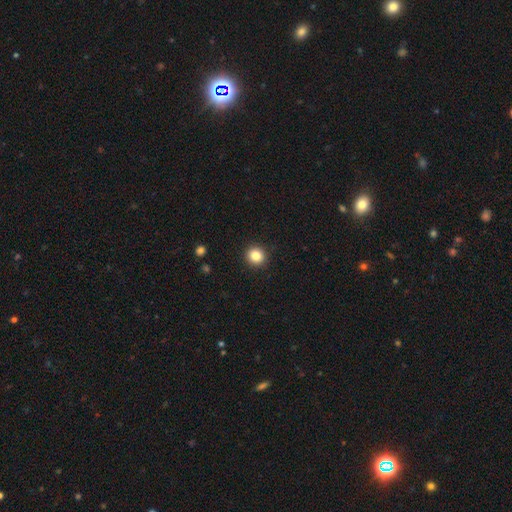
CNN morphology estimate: smooth 84%, star or artifact 11%, featured or disk 5%. Down the decision tree: how rounded — round (91%); merging — none (92%).